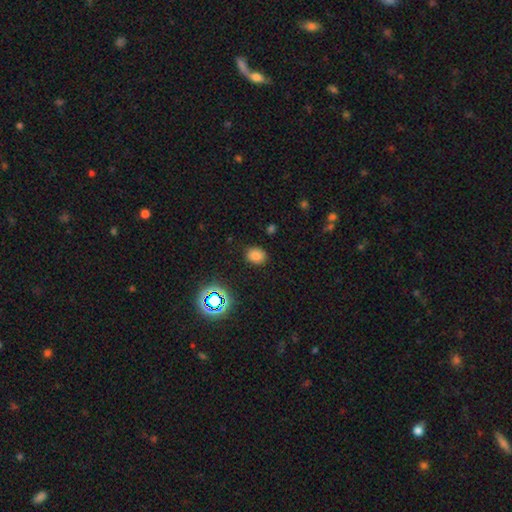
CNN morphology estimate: smooth_or_featured: smooth (p=0.77) [alt: star or artifact p=0.17]
how_rounded: in between (p=0.51) [alt: round p=0.48]
merging: none (p=0.86) [alt: minor disturbance p=0.09]